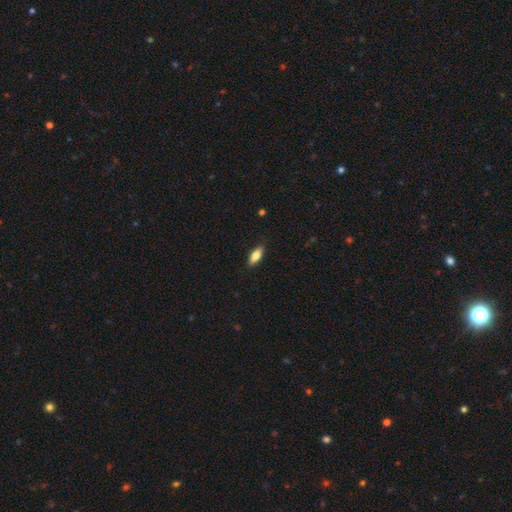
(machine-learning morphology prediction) smooth-or-featured: smooth: 79% | featured or disk: 15% | star or artifact: 7%
  how-rounded: in between: 74% | cigar-shaped: 24% | round: 2%
  merging: none: 86% | minor disturbance: 11% | major disturbance: 2% | merger: 1%